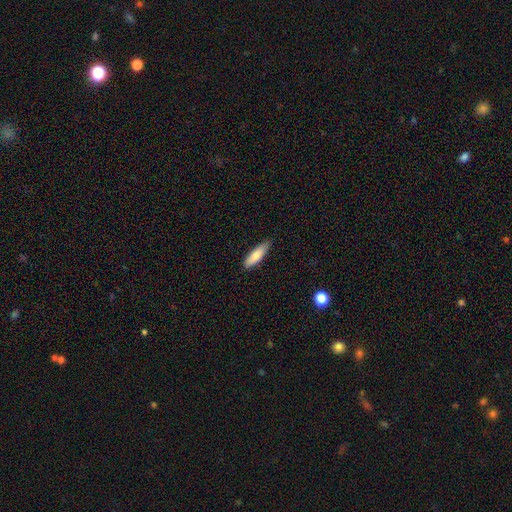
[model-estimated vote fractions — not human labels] Smooth or featured? Predicted: smooth (p=0.79). How rounded? Predicted: cigar-shaped (p=0.57). Merging? Predicted: none (p=0.83).